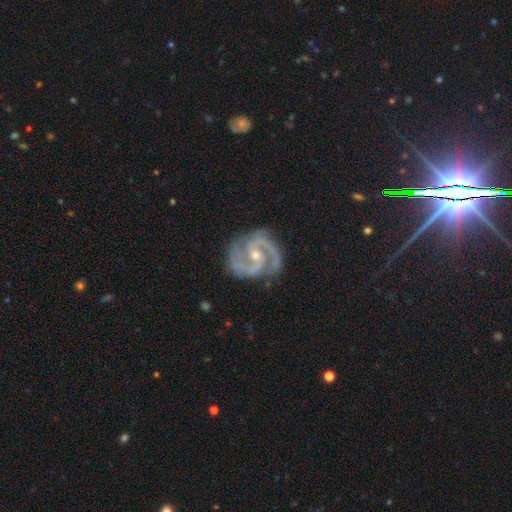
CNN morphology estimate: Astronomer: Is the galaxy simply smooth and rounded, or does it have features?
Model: featured or disk — 93%.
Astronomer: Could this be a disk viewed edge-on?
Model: no — 98%.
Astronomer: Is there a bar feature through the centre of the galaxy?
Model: no — 44% (runner-up: weak, 41%).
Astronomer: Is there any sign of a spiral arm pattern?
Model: yes — 99%.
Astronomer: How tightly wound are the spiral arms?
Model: medium — 58% (runner-up: tight, 35%).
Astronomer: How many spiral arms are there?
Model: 2 — 87%.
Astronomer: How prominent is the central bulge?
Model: moderate — 51% (runner-up: small, 46%).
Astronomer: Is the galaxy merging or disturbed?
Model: none — 77%.